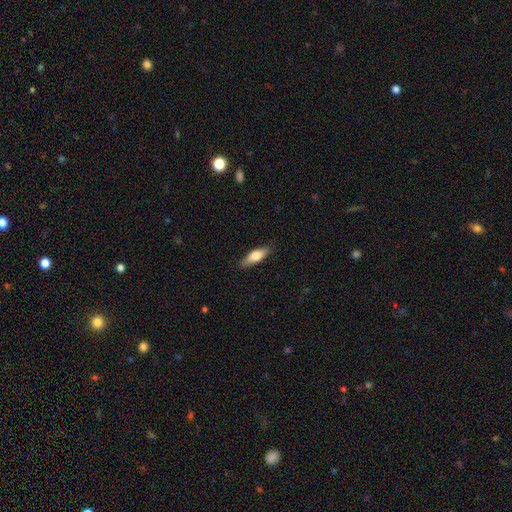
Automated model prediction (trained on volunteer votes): smooth-or-featured: smooth: 72% | featured or disk: 22% | star or artifact: 6%
  how-rounded: in between: 53% | cigar-shaped: 45% | round: 2%
  merging: none: 84% | minor disturbance: 12% | major disturbance: 2% | merger: 1%